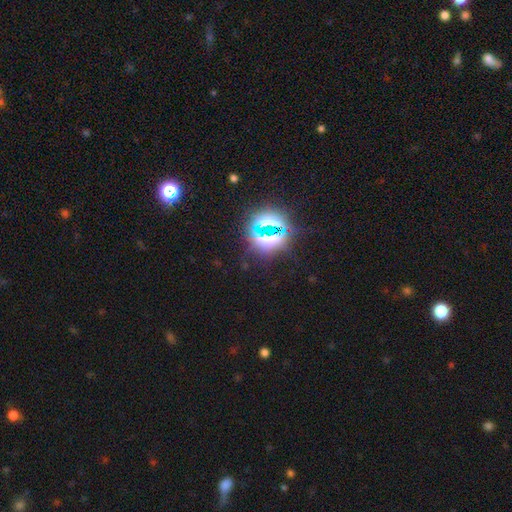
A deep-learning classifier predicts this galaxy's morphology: This appears to be a star or artifact, not a galaxy (78%).